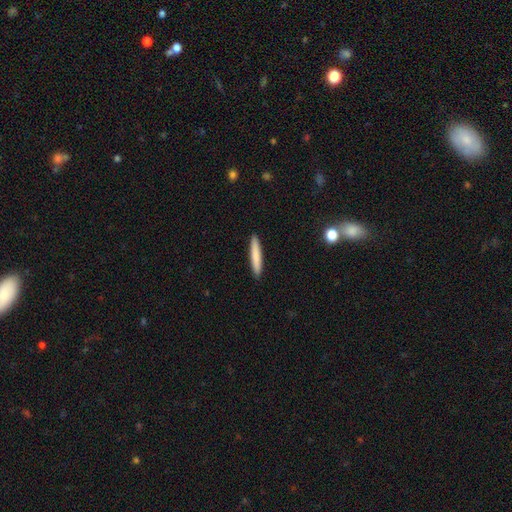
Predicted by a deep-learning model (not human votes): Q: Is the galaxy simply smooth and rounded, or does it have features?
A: smooth — 80%.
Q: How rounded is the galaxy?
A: cigar-shaped — 94%.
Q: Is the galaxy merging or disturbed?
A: none — 92%.